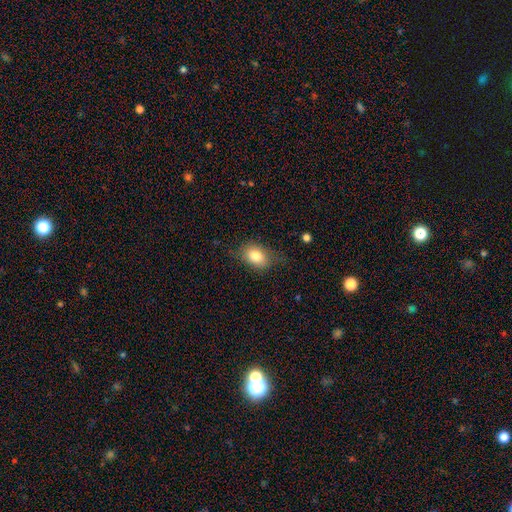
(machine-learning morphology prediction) A smooth galaxy with no disk features (80%) that is in between round and cigar-shaped (75%). Merging: none (69%).